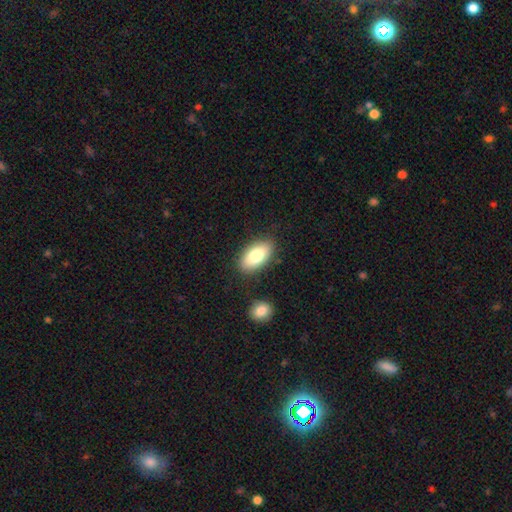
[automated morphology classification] Smooth or featured: smooth — 80% (featured or disk — 14%)
How rounded: in between — 93% (cigar-shaped — 4%)
Merging: none — 83% (minor disturbance — 10%)